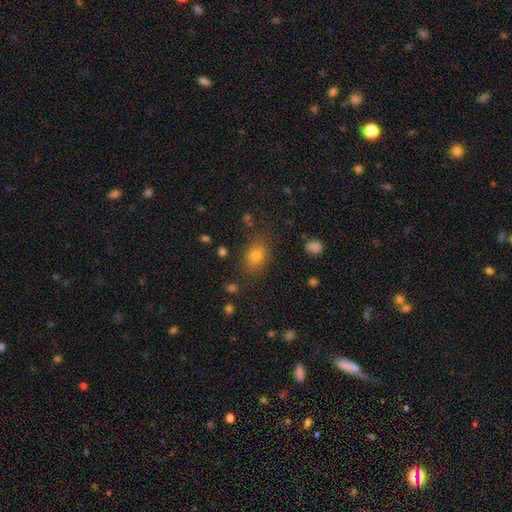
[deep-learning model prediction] Q: Smooth or featured?
A: smooth (75%); runner-up: star or artifact (16%)
Q: How rounded?
A: in between (67%); runner-up: round (32%)
Q: Merging?
A: none (81%); runner-up: minor disturbance (13%)